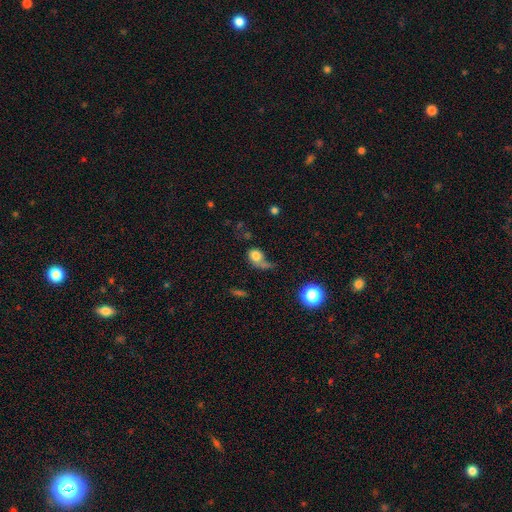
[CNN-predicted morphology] smooth-or-featured: smooth: 69% | featured or disk: 20% | star or artifact: 12%
  how-rounded: round: 53% | in between: 44% | cigar-shaped: 3%
  merging: major disturbance: 39% | none: 27% | minor disturbance: 18% | merger: 16%